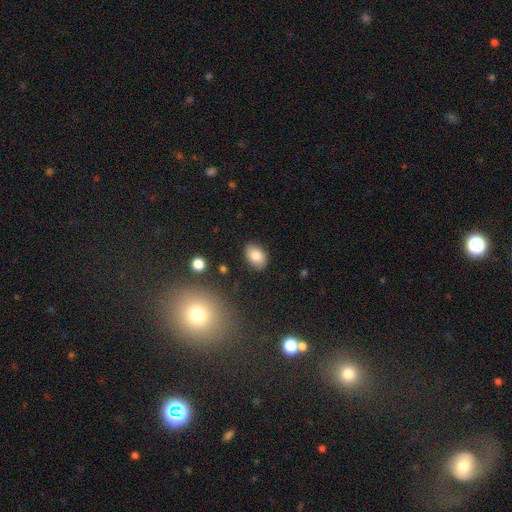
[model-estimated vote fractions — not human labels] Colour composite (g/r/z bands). It shows a smooth galaxy with no disk features (83%) that is in between round and cigar-shaped (83%). Merging: none (85%).